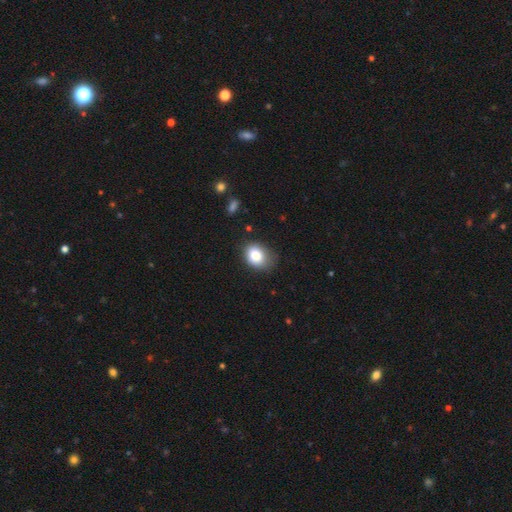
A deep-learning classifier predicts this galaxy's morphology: Smooth or featured? smooth (81%)
How rounded? in between (58%)
Merging? none (70%)